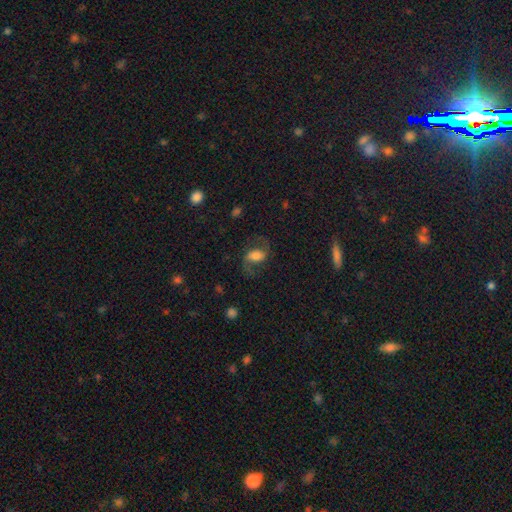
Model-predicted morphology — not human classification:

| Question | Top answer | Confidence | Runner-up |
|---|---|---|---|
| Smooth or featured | featured or disk | 63% | smooth (28%) |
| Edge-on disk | no | 96% | yes (4%) |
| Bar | weak | 41% | no (34%) |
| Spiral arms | yes | 91% | no (9%) |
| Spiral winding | loose | 52% | medium (40%) |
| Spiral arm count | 2 | 91% | can't tell (3%) |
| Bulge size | moderate | 42% | large (32%) |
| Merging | none | 69% | minor disturbance (15%) |